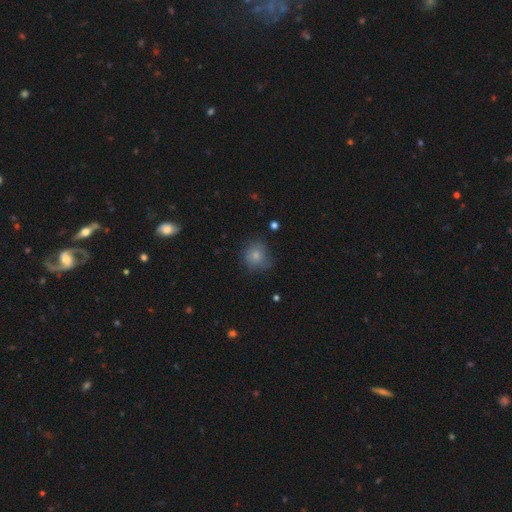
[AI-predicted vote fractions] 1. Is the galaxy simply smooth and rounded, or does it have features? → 77% smooth, 13% featured or disk, 10% star or artifact.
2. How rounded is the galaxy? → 85% round, 14% in between, 1% cigar-shaped.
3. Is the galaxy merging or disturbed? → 68% none, 23% minor disturbance, 8% major disturbance, 2% merger.